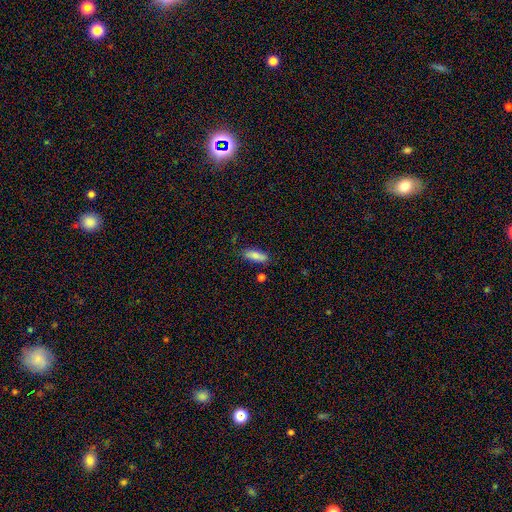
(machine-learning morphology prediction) A smooth galaxy with no disk features (82%) that is in between round and cigar-shaped (69%).

Vote fractions:
- Smooth or featured? smooth: 82% / featured or disk: 11% / star or artifact: 7%
- How rounded? in between: 69% / cigar-shaped: 29% / round: 2%
- Merging? none: 78% / minor disturbance: 15% / merger: 4% / major disturbance: 3%